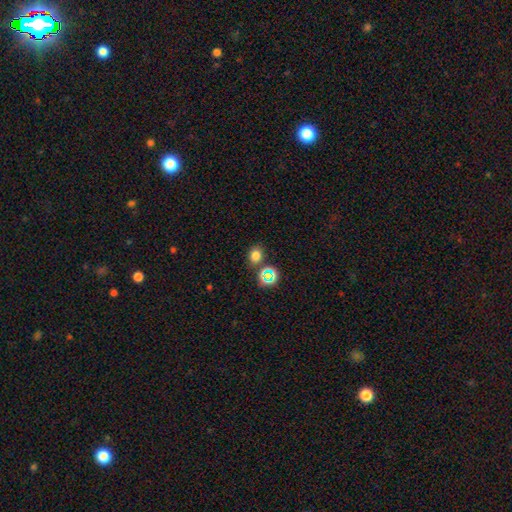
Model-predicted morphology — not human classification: The model was most divided on "how rounded": round: 60%, in between: 39%, cigar-shaped: 1%. More confident: merging — none (76%); smooth or featured — smooth (73%).